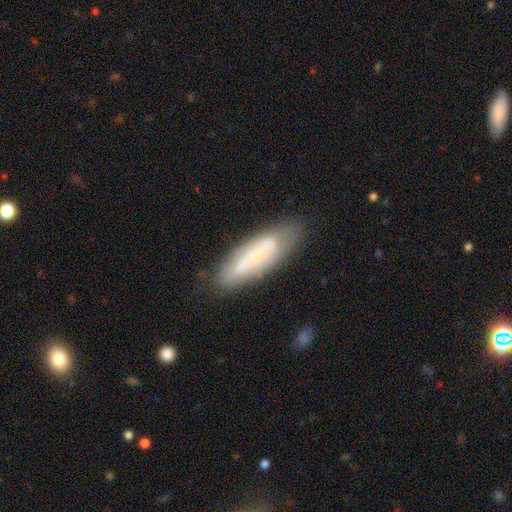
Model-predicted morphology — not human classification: smooth 52%, featured or disk 40%, star or artifact 8%. Down the decision tree: how rounded — cigar-shaped (55%); merging — none (71%).